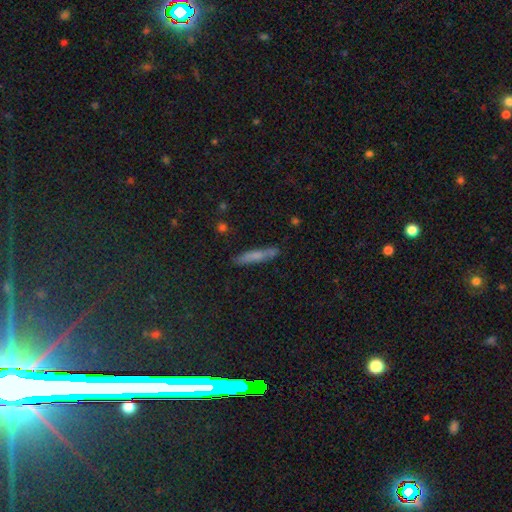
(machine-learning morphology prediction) Overall: smooth (66%). How rounded: cigar-shaped (90%). Merging: none (80%).